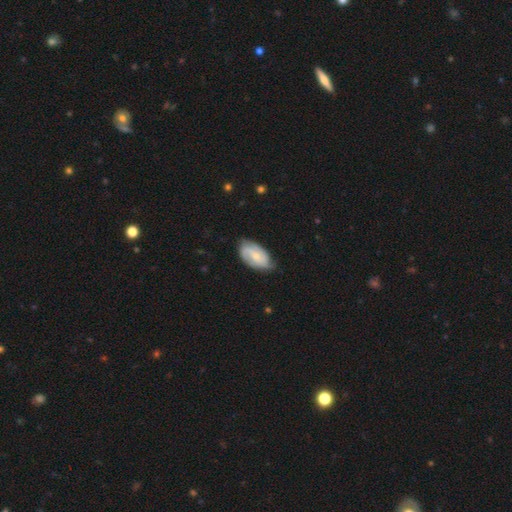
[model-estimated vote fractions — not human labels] A featured or disk galaxy (63%) with no bar (50%), 2 (54%) medium (42%) spiral arms (89%) and a small central bulge (63%). Merging: none (67%).